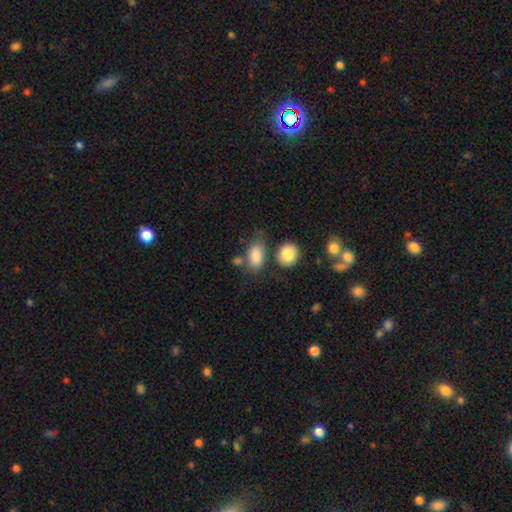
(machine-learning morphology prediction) This is clearly a smooth galaxy (85%). How rounded: clearly in between (89%). Merging: likely none (61%).